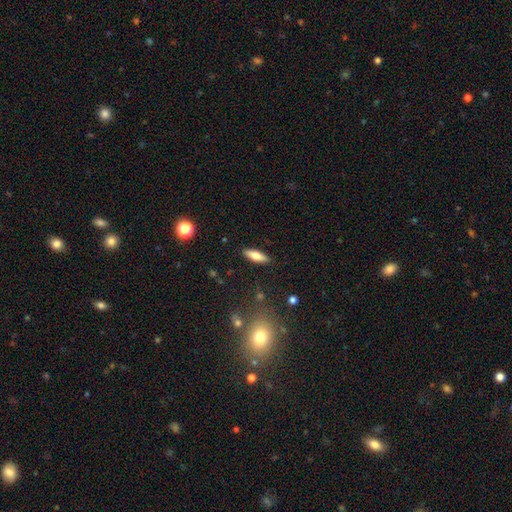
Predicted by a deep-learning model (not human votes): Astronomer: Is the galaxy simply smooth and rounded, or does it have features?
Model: smooth — 67%.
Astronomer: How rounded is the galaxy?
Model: in between — 50% (runner-up: cigar-shaped, 47%).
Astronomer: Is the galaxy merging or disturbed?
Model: none — 88%.